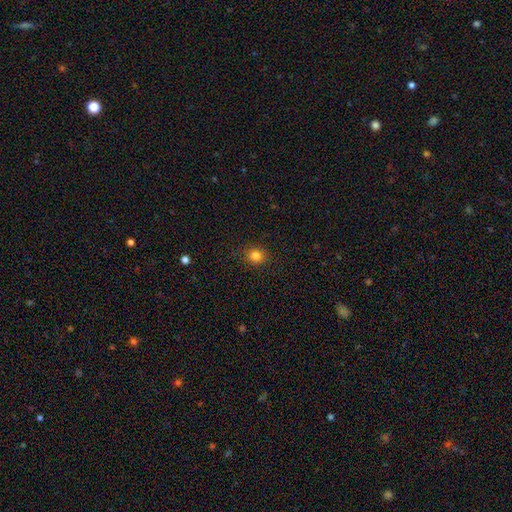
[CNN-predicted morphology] Overall: smooth (82%). How rounded: round (82%). Merging: none (90%).